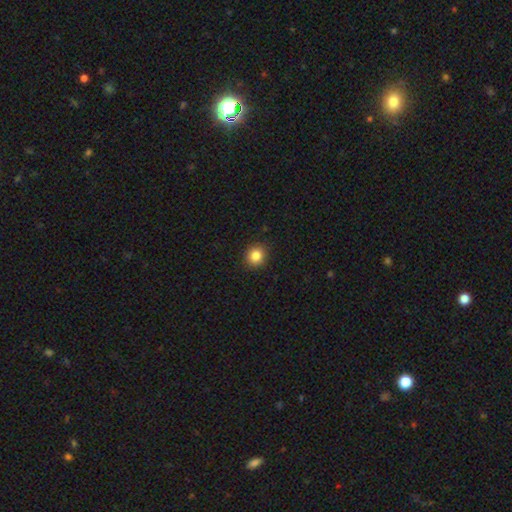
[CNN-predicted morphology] Overall: smooth (85%). How rounded: round (84%). Merging: none (90%).